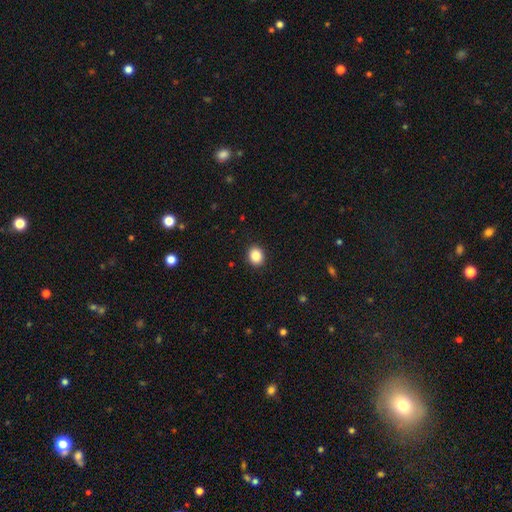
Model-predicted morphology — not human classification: Smooth or featured? Predicted: smooth (p=0.87). How rounded? Predicted: round (p=0.66). Merging? Predicted: none (p=0.91).